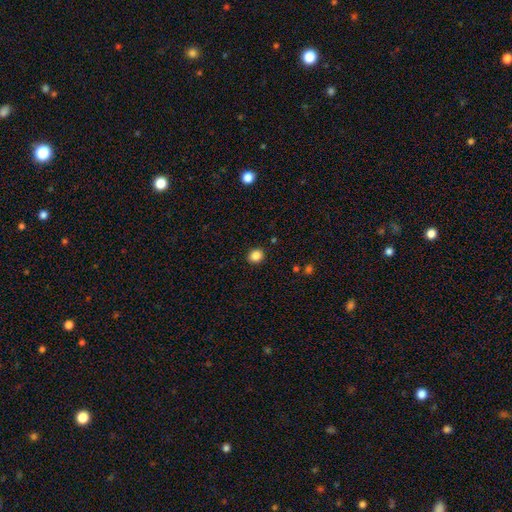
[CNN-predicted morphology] Smooth or featured? smooth (85%)
How rounded? round (77%)
Merging? none (90%)